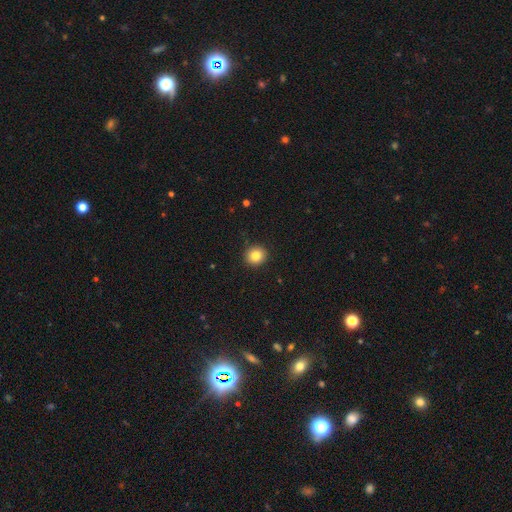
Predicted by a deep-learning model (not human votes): This is clearly a smooth galaxy (83%). How rounded: clearly round (90%). Merging: clearly none (92%).